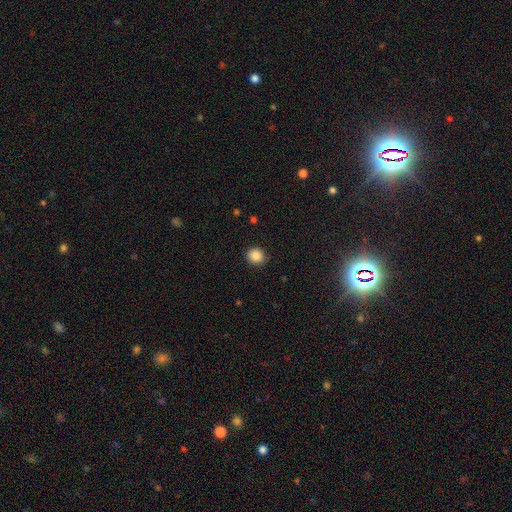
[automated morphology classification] Smooth or featured? smooth (87%)
How rounded? round (83%)
Merging? none (91%)